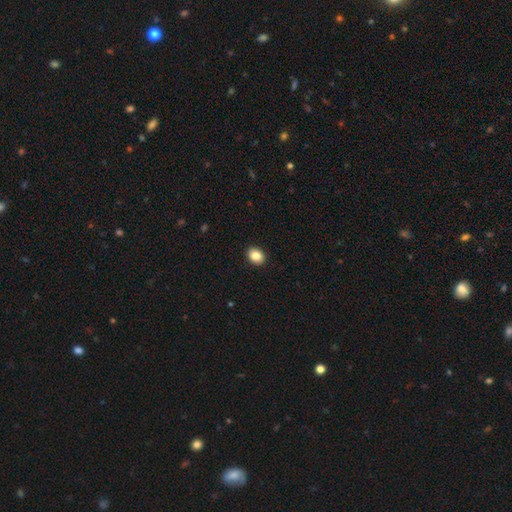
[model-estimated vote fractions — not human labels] Smooth or featured? smooth (86%)
How rounded? in between (57%)
Merging? none (91%)